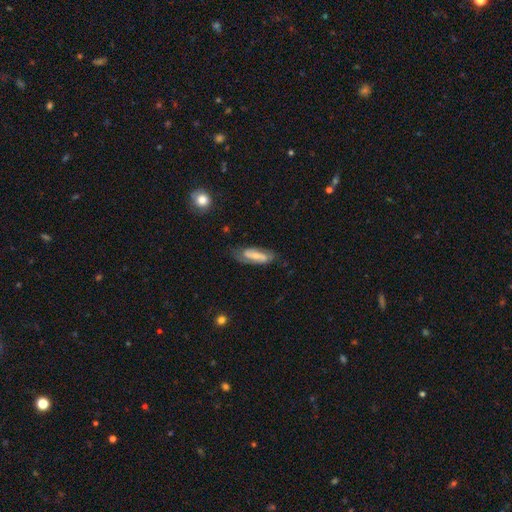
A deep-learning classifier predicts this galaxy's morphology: Overall: featured or disk (64%; smooth 29%). Edge-on disk: no (88%). Bar: strong (47%; weak 32%). Spiral arms: yes (85%). Bulge size: small (52%; moderate 35%). Merging: none (67%).